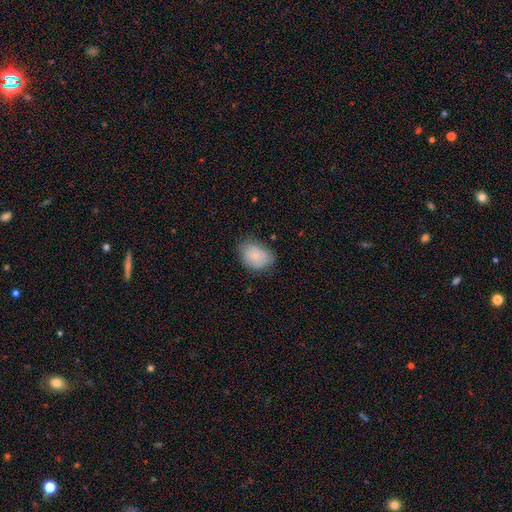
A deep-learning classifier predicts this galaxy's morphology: Smooth or featured? Predicted: smooth (p=0.80). How rounded? Predicted: in between (p=0.70). Merging? Predicted: none (p=0.65).